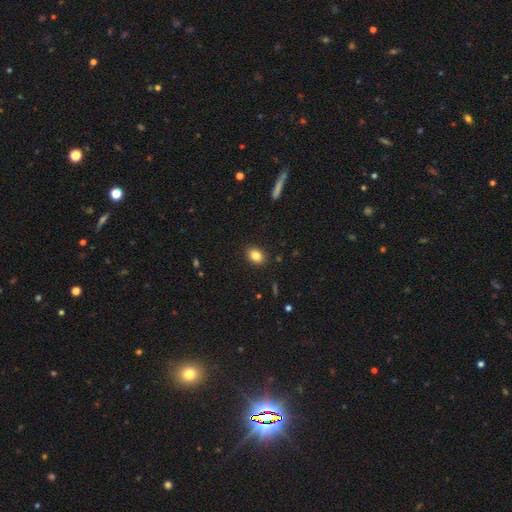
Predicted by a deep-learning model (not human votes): smooth-or-featured: smooth: 83% | star or artifact: 9% | featured or disk: 7%
  how-rounded: in between: 69% | round: 30% | cigar-shaped: 1%
  merging: none: 89% | minor disturbance: 8% | major disturbance: 2% | merger: 1%